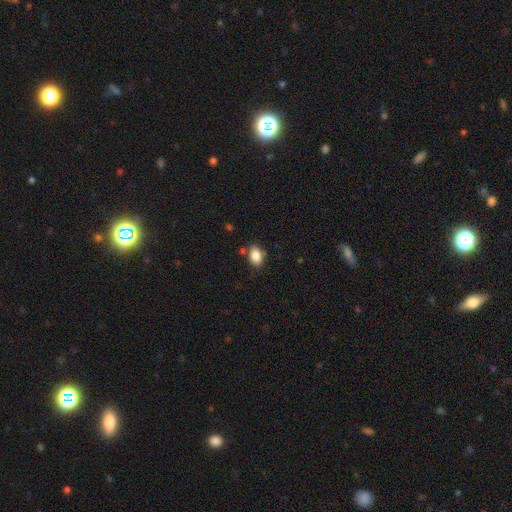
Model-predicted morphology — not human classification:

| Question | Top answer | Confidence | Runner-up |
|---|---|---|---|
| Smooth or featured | smooth | 86% | star or artifact (8%) |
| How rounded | in between | 86% | round (13%) |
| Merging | none | 78% | minor disturbance (14%) |